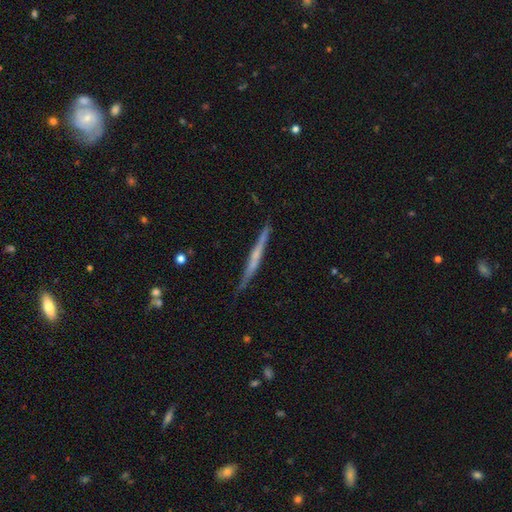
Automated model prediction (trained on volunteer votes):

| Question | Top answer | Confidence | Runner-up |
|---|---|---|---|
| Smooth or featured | featured or disk | 63% | smooth (31%) |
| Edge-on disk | yes | 97% | no (3%) |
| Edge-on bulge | none | 65% | rounded (26%) |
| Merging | none | 86% | minor disturbance (11%) |